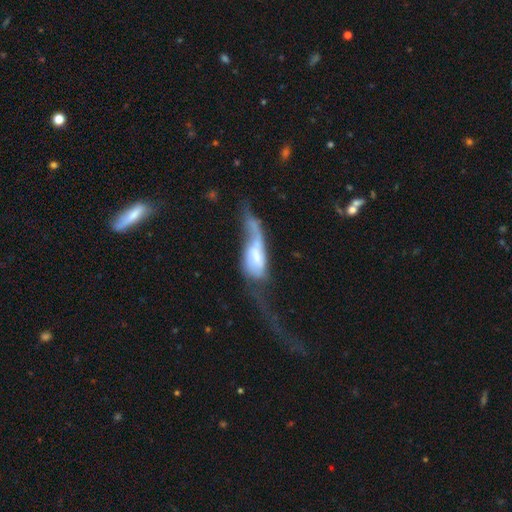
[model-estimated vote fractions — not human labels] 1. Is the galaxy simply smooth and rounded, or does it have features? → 50% featured or disk, 42% smooth, 8% star or artifact.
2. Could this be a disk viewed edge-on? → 85% no, 15% yes.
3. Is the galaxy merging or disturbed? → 55% major disturbance, 22% merger, 12% minor disturbance, 11% none.